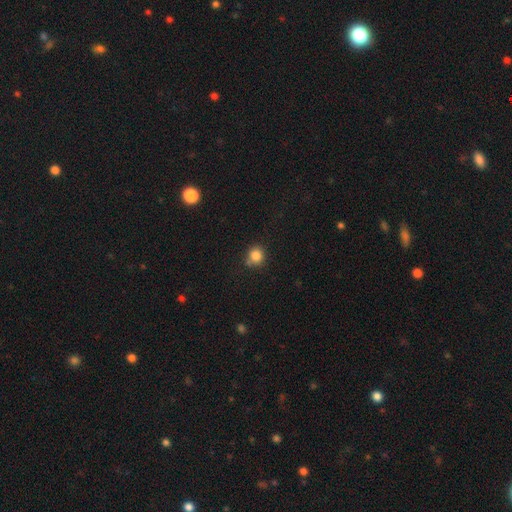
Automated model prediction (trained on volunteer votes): Morphology: type=smooth (83%); roundness=round (88%); merging=none (77%).